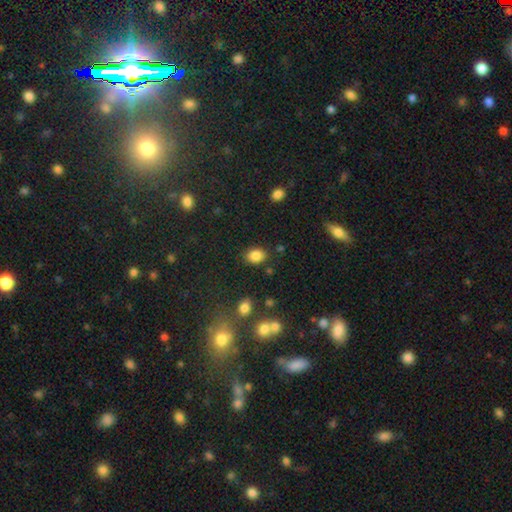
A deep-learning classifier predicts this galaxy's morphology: smooth 85%, star or artifact 10%, featured or disk 5%. Down the decision tree: how rounded — in between (64%); merging — none (83%).